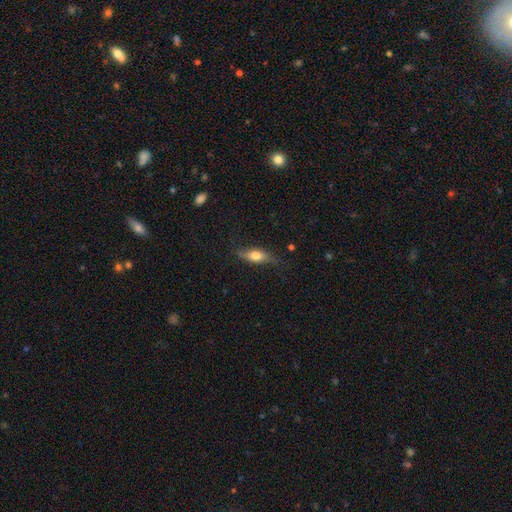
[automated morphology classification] Q: Smooth or featured?
A: smooth (61%); runner-up: featured or disk (32%)
Q: How rounded?
A: in between (63%); runner-up: cigar-shaped (32%)
Q: Merging?
A: none (67%); runner-up: minor disturbance (24%)